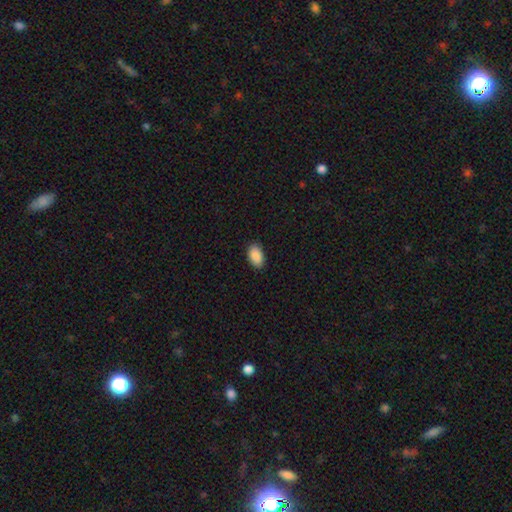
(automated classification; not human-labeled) Overall: smooth (90%). How rounded: in between (93%). Merging: none (89%).